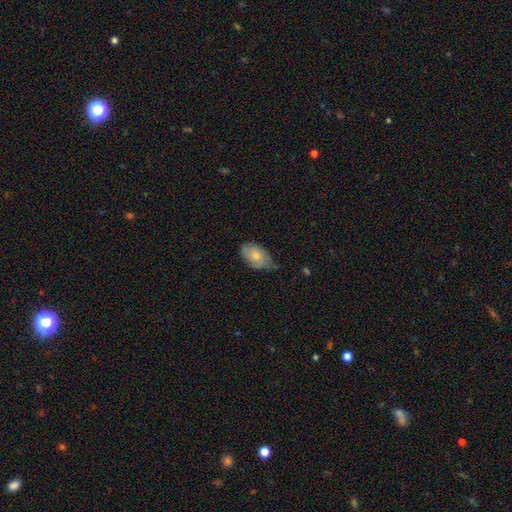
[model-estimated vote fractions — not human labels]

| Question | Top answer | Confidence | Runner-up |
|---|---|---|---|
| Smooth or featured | smooth | 68% | featured or disk (25%) |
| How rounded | in between | 90% | round (8%) |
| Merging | none | 45% | minor disturbance (44%) |